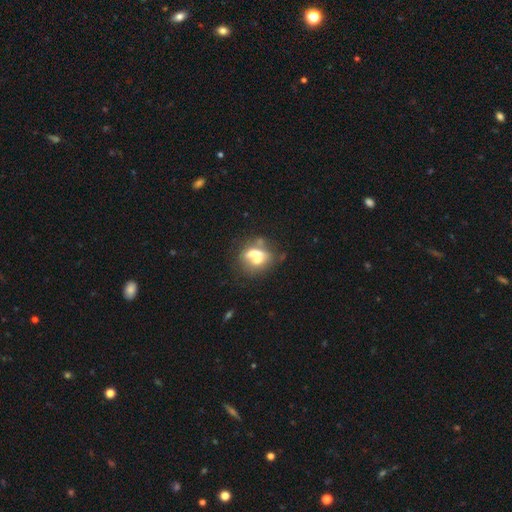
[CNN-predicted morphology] A smooth galaxy with no disk features (51%) that is in between round and cigar-shaped (51%).

Vote fractions:
- Smooth or featured? smooth: 51% / featured or disk: 36% / star or artifact: 13%
- How rounded? in between: 51% / round: 43% / cigar-shaped: 6%
- Merging? merger: 50% / none: 30% / minor disturbance: 11% / major disturbance: 9%